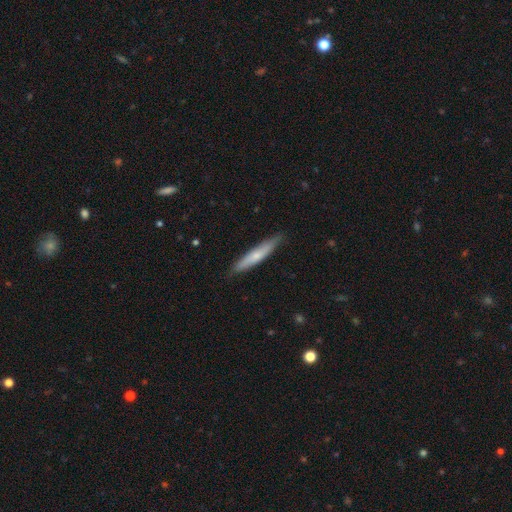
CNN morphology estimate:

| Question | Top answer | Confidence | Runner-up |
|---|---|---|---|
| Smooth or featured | smooth | 60% | featured or disk (34%) |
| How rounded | cigar-shaped | 91% | in between (7%) |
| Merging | none | 86% | minor disturbance (11%) |